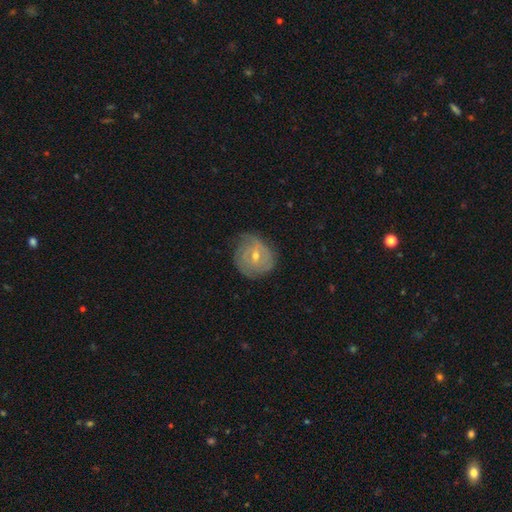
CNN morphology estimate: smooth_or_featured: featured or disk (p=0.71) [alt: smooth p=0.21]
disk_edge_on: no (p=0.97) [alt: yes p=0.03]
bar: no (p=0.47) [alt: weak p=0.42]
has_spiral_arms: yes (p=0.86) [alt: no p=0.14]
spiral_winding: tight (p=0.69) [alt: medium p=0.24]
spiral_arm_count: can't tell (p=0.42) [alt: 2 p=0.26]
bulge_size: moderate (p=0.53) [alt: small p=0.44]
merging: none (p=0.71) [alt: minor disturbance p=0.22]